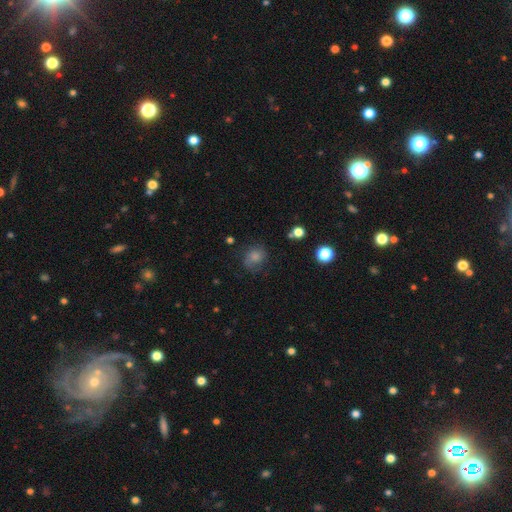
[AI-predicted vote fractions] Q: Smooth or featured?
A: smooth (50%); runner-up: featured or disk (29%)
Q: Merging?
A: none (70%); runner-up: minor disturbance (19%)